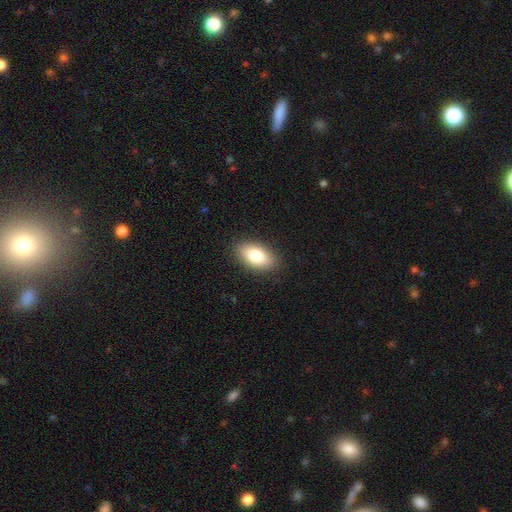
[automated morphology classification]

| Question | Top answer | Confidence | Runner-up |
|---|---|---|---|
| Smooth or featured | smooth | 81% | featured or disk (12%) |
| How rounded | in between | 92% | round (5%) |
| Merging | none | 88% | minor disturbance (9%) |